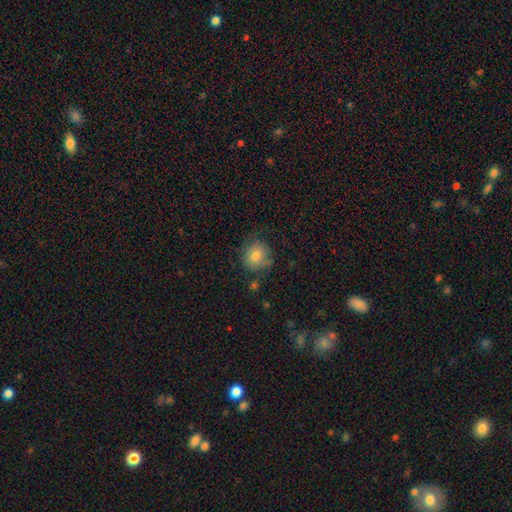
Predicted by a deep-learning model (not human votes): The model was most divided on "merging": none: 68%, minor disturbance: 22%, major disturbance: 8%, merger: 2%. More confident: how rounded — round (83%); smooth or featured — smooth (76%).